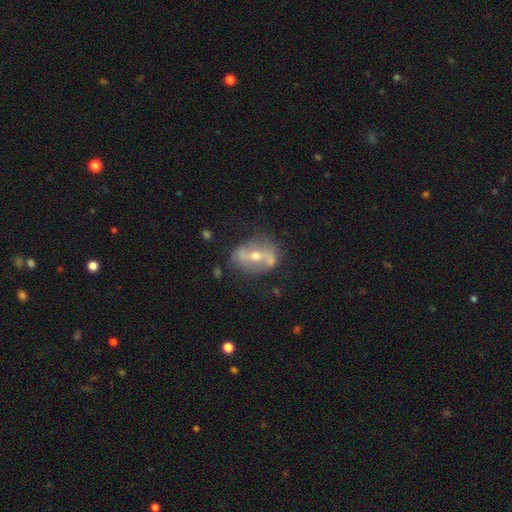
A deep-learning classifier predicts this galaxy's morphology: type=featured or disk (73%); edge-on=no (88%); bar=strong (48%); spiral arms=no (54%); bulge=moderate (64%); merging=none (65%).